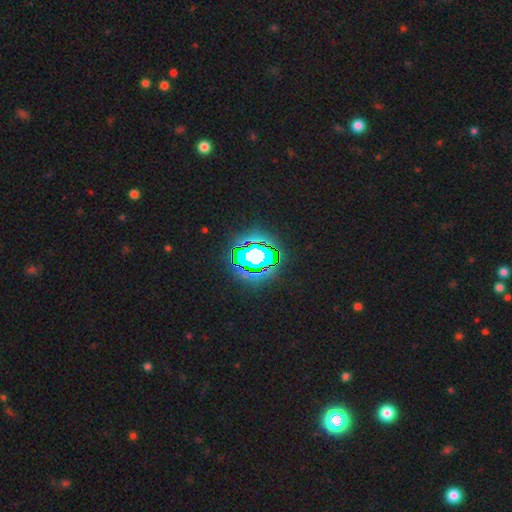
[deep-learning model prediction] Morphology: type=star or artifact (65%).